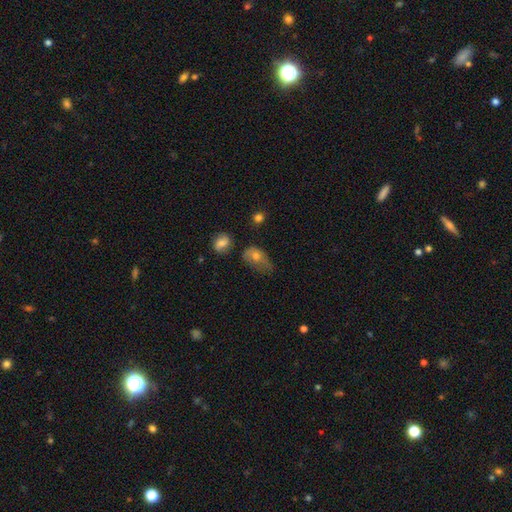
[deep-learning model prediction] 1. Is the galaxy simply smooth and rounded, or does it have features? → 61% smooth, 27% featured or disk, 12% star or artifact.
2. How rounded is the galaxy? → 77% in between, 20% round, 3% cigar-shaped.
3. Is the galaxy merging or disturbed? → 37% minor disturbance, 30% none, 28% major disturbance, 6% merger.